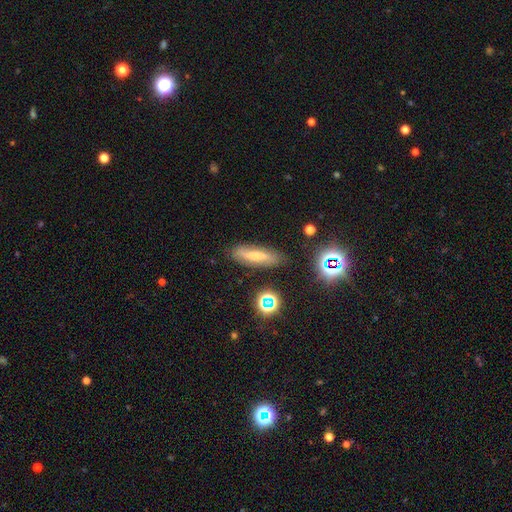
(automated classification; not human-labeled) This appears to be a featured or disk galaxy (45%). Merging: none (82%).